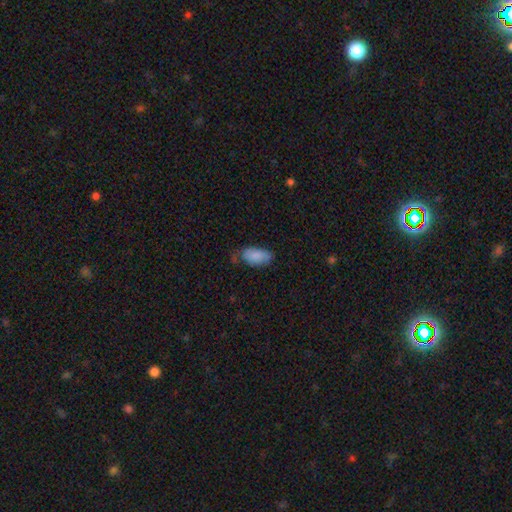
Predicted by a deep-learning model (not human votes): smooth 83%, featured or disk 10%, star or artifact 7%. Down the decision tree: how rounded — in between (93%); merging — none (55%).